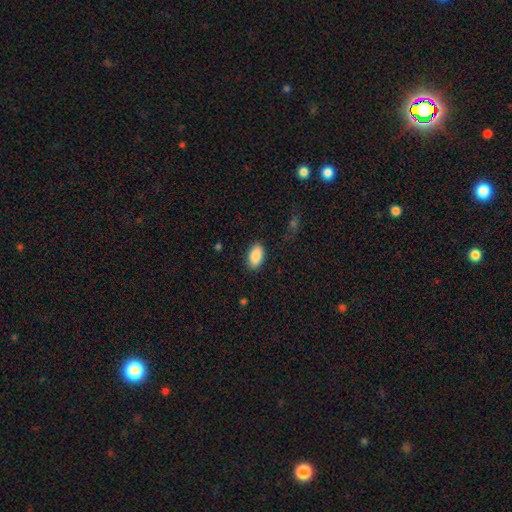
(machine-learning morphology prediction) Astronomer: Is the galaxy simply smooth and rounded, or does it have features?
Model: smooth — 89%.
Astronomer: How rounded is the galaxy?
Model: in between — 93%.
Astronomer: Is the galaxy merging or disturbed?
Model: none — 87%.